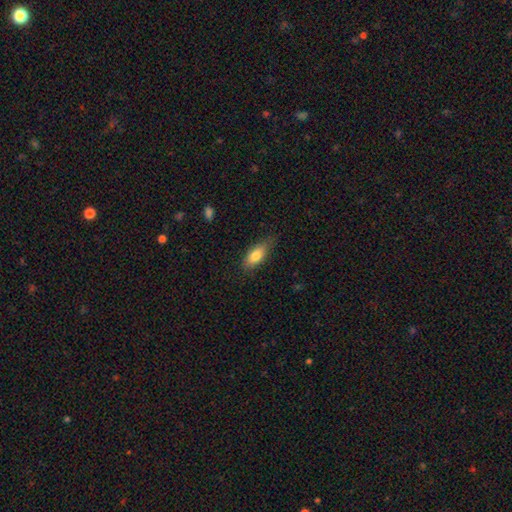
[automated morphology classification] Q: Smooth or featured?
A: smooth (78%); runner-up: featured or disk (15%)
Q: How rounded?
A: in between (79%); runner-up: cigar-shaped (18%)
Q: Merging?
A: none (74%); runner-up: minor disturbance (21%)